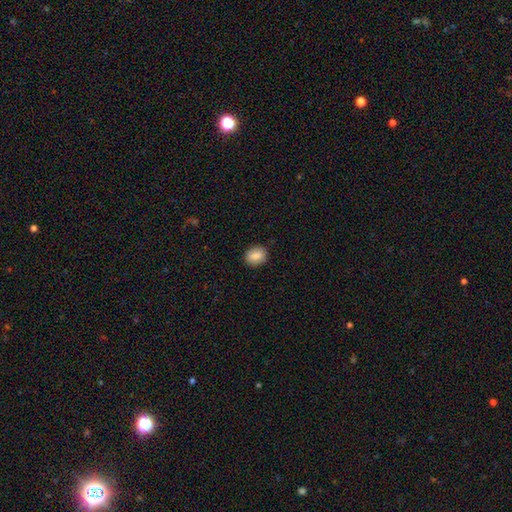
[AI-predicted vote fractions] smooth_or_featured: smooth (p=0.84) [alt: featured or disk p=0.08]
how_rounded: in between (p=0.51) [alt: round p=0.48]
merging: none (p=0.88) [alt: minor disturbance p=0.09]